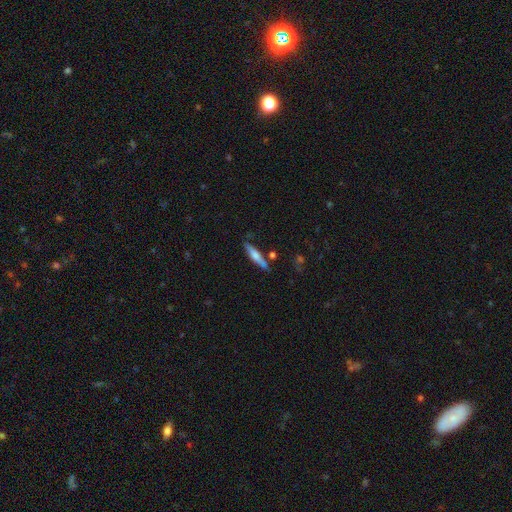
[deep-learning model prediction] smooth 50%, featured or disk 43%, star or artifact 6%. Down the decision tree: how rounded — cigar-shaped (85%); merging — none (78%).